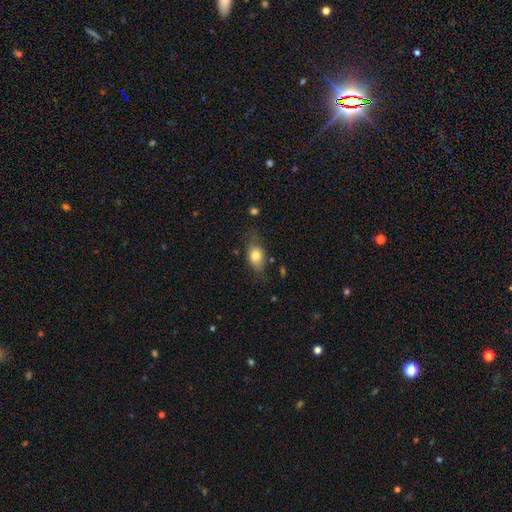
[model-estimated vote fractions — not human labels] This appears to be a smooth galaxy with no disk features (76%) that is in between round and cigar-shaped (78%). Merging: none (63%).